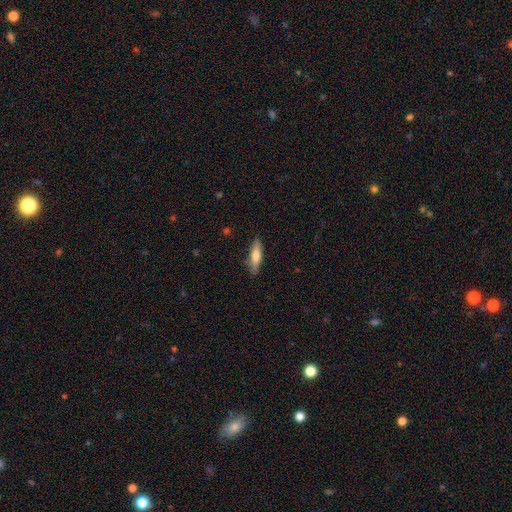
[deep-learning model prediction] Smooth or featured? smooth (70%)
How rounded? cigar-shaped (67%)
Merging? none (84%)